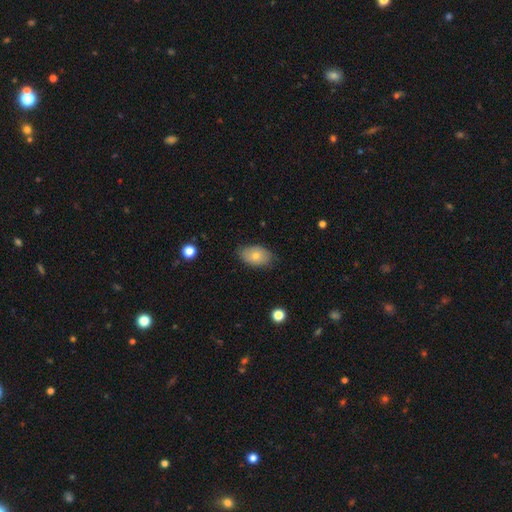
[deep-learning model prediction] This appears to be a smooth galaxy with no disk features (71%) that is in between round and cigar-shaped (89%). Merging: none (80%).